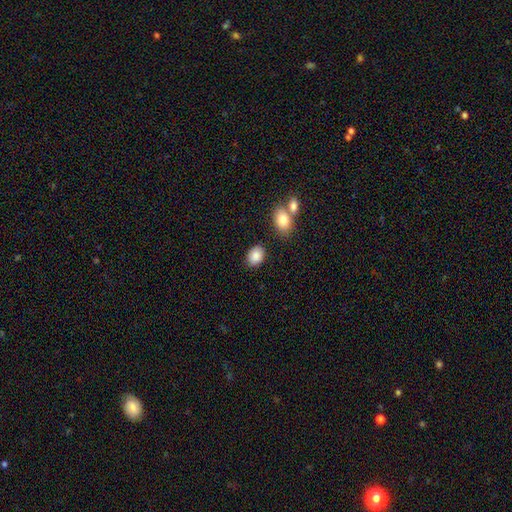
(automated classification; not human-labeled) This appears to be a smooth galaxy with no disk features (88%) that is in between round and cigar-shaped (71%). Merging: none (81%).